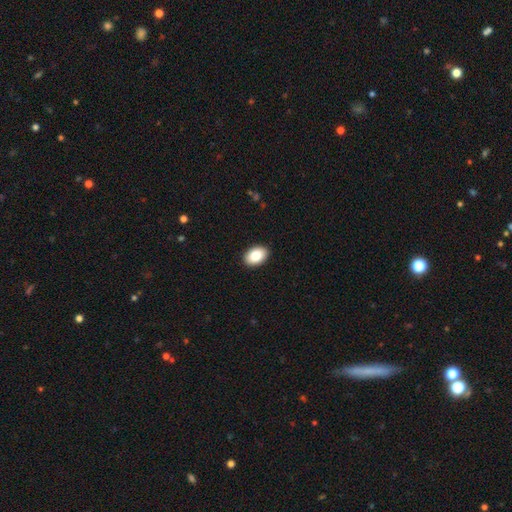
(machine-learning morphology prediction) The model was most divided on "how rounded": in between: 88%, round: 11%, cigar-shaped: 1%. More confident: merging — none (91%); smooth or featured — smooth (86%).